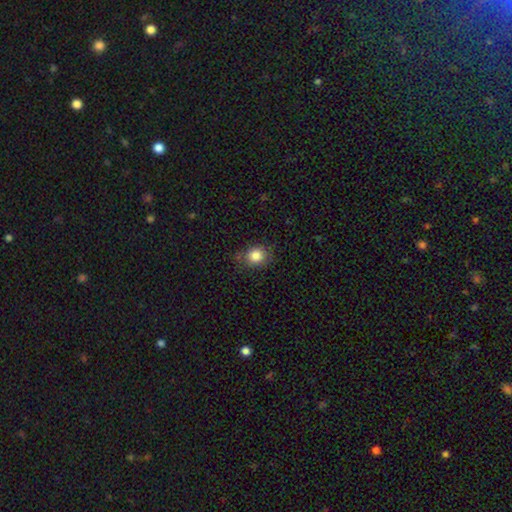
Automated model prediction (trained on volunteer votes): Smooth or featured: smooth — 84% (star or artifact — 10%)
How rounded: round — 70% (in between — 29%)
Merging: none — 74% (minor disturbance — 18%)